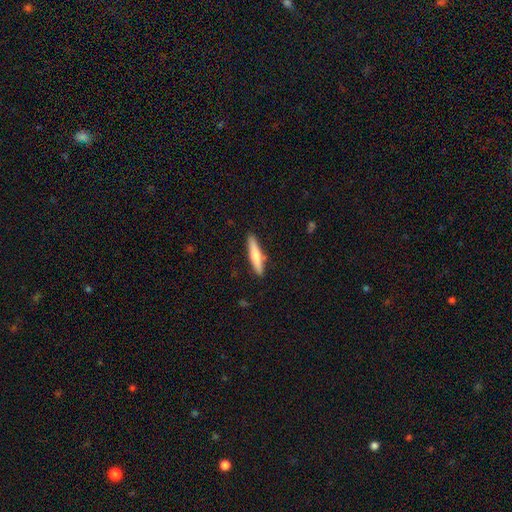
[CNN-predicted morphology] Q: Smooth or featured?
A: smooth (62%); runner-up: featured or disk (33%)
Q: How rounded?
A: cigar-shaped (88%); runner-up: in between (11%)
Q: Merging?
A: none (88%); runner-up: minor disturbance (8%)